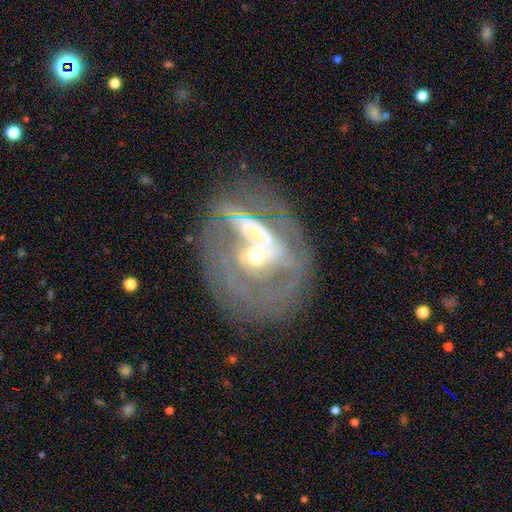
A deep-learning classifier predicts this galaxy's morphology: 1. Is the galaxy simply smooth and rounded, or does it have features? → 75% featured or disk, 16% smooth, 10% star or artifact.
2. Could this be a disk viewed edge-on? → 96% no, 4% yes.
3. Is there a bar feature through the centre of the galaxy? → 60% no, 25% weak, 14% strong.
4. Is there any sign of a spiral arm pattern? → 57% yes, 43% no.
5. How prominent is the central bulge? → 48% small, 39% moderate, 5% none, 5% large, 2% dominant.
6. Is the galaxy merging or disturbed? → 41% none, 22% major disturbance, 21% merger, 17% minor disturbance.